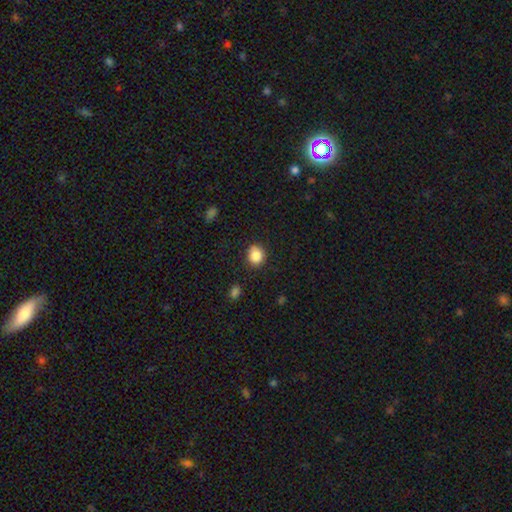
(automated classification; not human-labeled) Morphology: type=smooth (85%); roundness=round (77%); merging=none (83%).